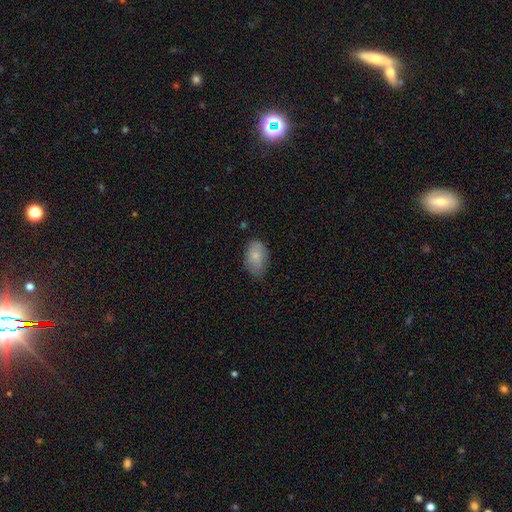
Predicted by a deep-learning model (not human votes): A smooth galaxy with no disk features (79%) that is in between round and cigar-shaped (90%). Merging: none (67%).